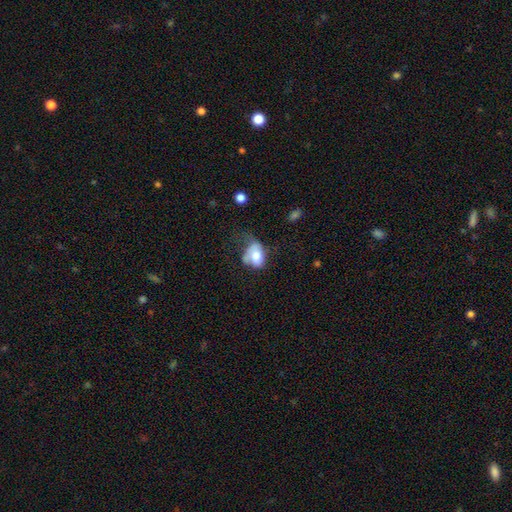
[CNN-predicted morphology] This is likely a smooth galaxy (68%). How rounded: likely in between (79%). Merging: marginally major disturbance (37%).